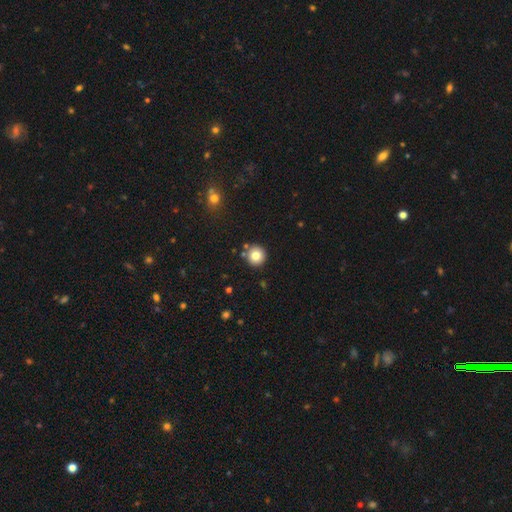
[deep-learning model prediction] A smooth galaxy with no disk features (81%) that is round (94%). Merging: none (85%).